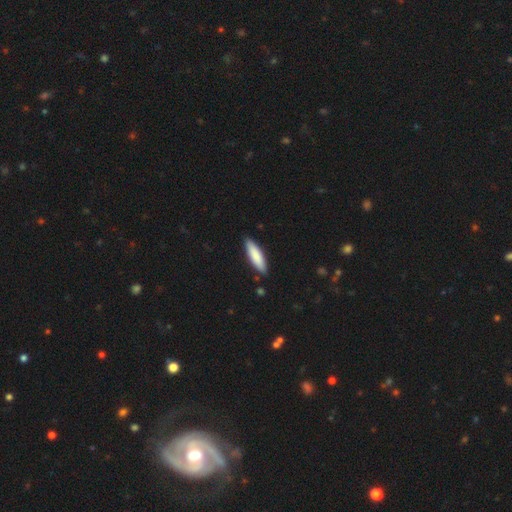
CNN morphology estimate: A smooth galaxy with no disk features (84%) that is cigar-shaped (61%). Merging: none (87%).